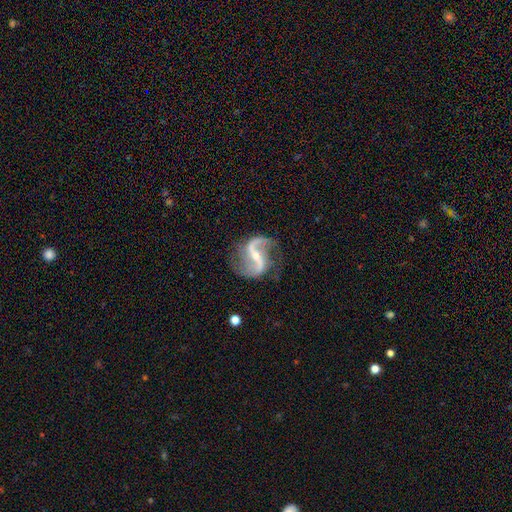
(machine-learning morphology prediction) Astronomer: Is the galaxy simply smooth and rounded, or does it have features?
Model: featured or disk — 92%.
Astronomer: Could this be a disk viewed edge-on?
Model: no — 98%.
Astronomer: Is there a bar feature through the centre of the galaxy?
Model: strong — 47% (runner-up: weak, 35%).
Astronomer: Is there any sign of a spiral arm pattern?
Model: yes — 97%.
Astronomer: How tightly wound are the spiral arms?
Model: loose — 74%.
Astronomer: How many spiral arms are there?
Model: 2 — 93%.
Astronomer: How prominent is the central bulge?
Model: small — 68%.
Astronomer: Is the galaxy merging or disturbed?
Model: none — 75%.